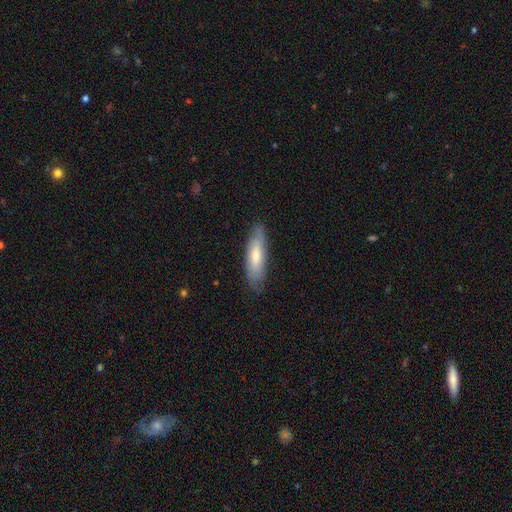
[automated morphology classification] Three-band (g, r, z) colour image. It shows a smooth galaxy with no disk features (60%) that is cigar-shaped (56%). Merging: none (80%).